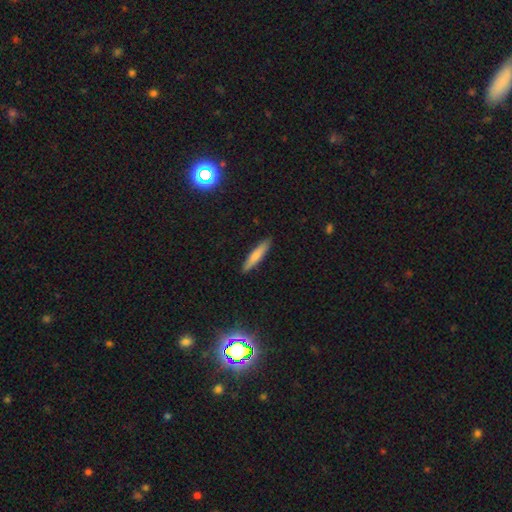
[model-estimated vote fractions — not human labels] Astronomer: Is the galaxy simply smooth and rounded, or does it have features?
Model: smooth — 76%.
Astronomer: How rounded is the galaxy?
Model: cigar-shaped — 88%.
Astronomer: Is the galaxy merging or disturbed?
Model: none — 90%.